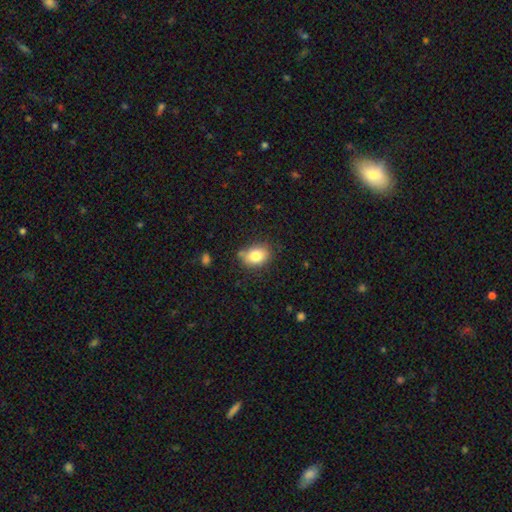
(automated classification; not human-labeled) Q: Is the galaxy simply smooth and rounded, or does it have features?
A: smooth — 81%.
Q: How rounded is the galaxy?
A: in between — 69%.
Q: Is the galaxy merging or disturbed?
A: none — 74%.